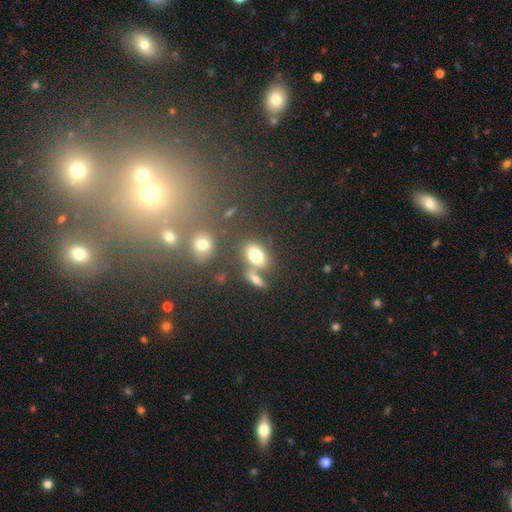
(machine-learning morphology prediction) smooth 75%, featured or disk 13%, star or artifact 12%. Down the decision tree: how rounded — in between (81%); merging — none (49%).